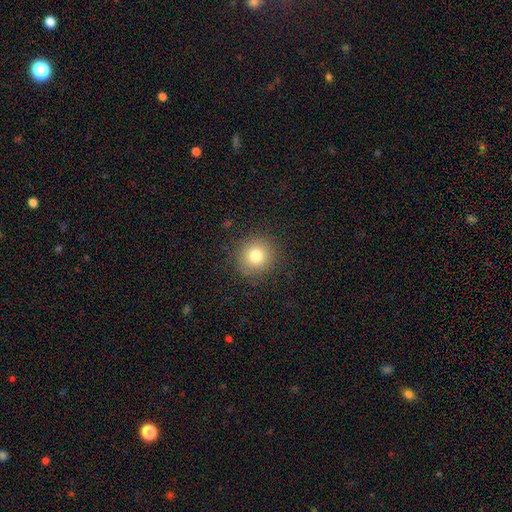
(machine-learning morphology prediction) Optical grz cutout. It shows a smooth galaxy with no disk features (80%) that is round (92%). Merging: none (88%).